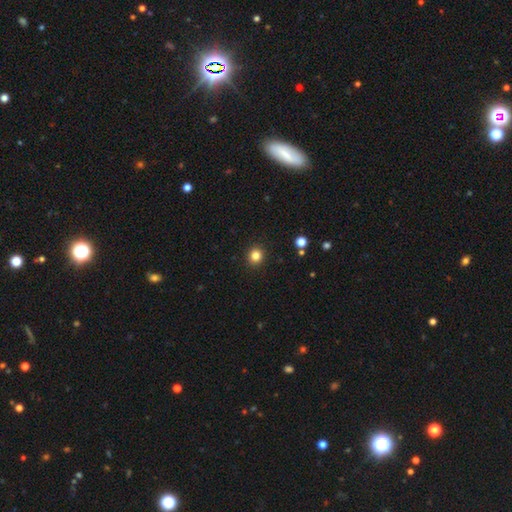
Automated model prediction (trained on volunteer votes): This appears to be a smooth galaxy with no disk features (83%) that is round (89%). Merging: none (92%).